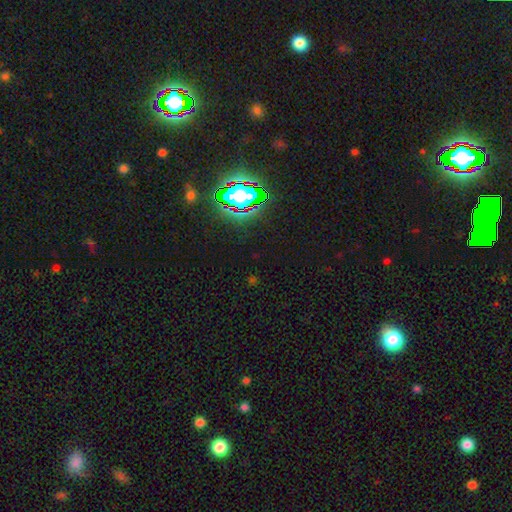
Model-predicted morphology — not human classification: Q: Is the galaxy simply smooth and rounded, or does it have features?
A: star or artifact — 66%.